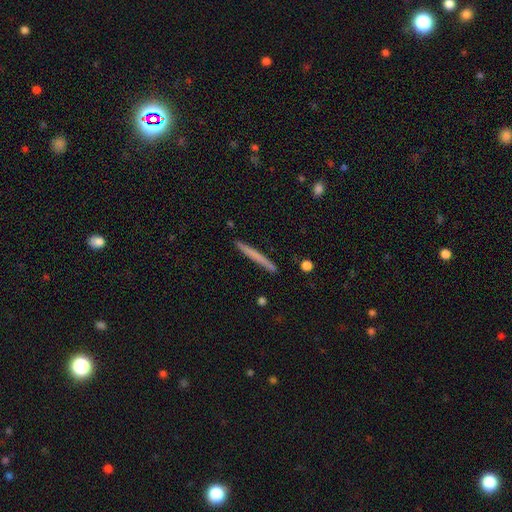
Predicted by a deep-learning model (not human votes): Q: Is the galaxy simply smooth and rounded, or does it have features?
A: smooth — 64%.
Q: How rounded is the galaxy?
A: cigar-shaped — 97%.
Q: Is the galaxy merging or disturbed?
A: none — 91%.